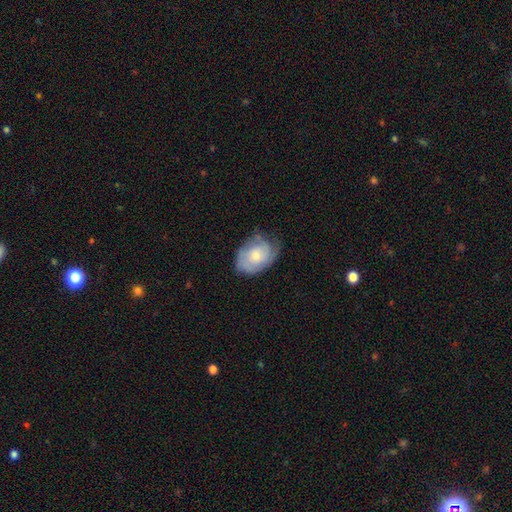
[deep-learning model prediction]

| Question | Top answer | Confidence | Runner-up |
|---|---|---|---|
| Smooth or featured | smooth | 47% | featured or disk (46%) |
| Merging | none | 56% | minor disturbance (32%) |